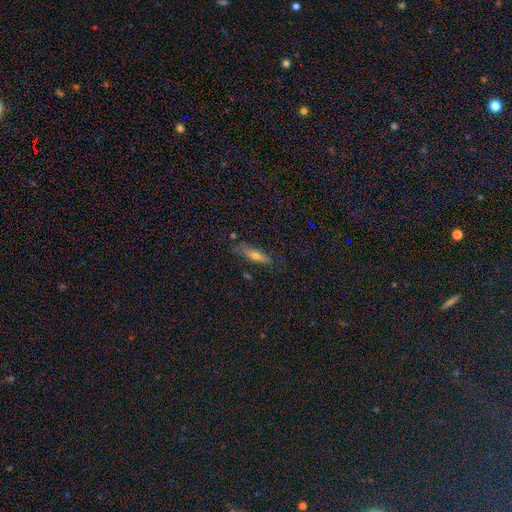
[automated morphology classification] Smooth or featured? smooth (55%)
How rounded? cigar-shaped (66%)
Merging? none (74%)